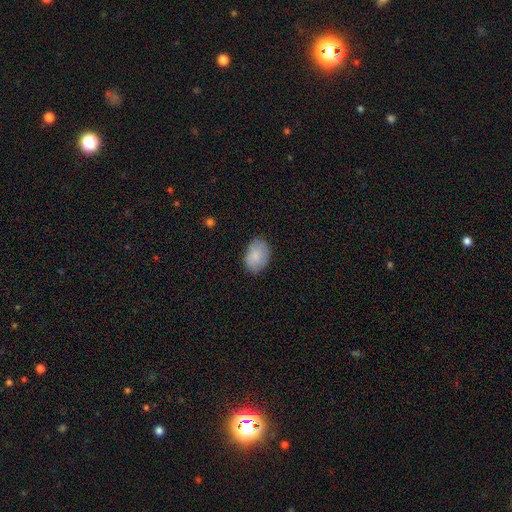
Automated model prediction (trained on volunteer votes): A smooth galaxy with no disk features (83%) that is in between round and cigar-shaped (78%).

Vote fractions:
- Smooth or featured? smooth: 83% / featured or disk: 10% / star or artifact: 7%
- How rounded? in between: 78% / round: 21% / cigar-shaped: 1%
- Merging? none: 77% / minor disturbance: 18% / major disturbance: 4% / merger: 1%